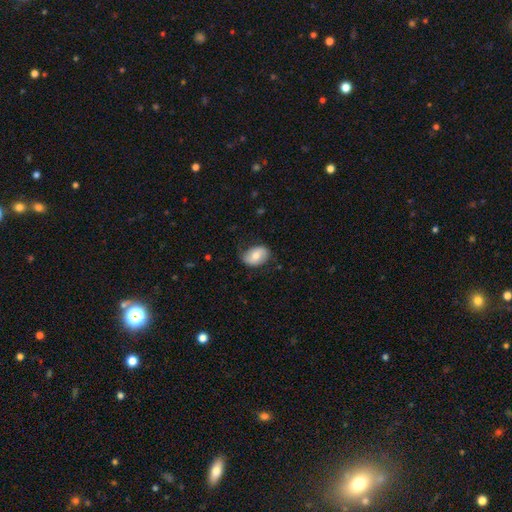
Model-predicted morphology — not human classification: This appears to be a smooth galaxy with no disk features (63%) that is in between round and cigar-shaped (82%). Merging: none (73%).